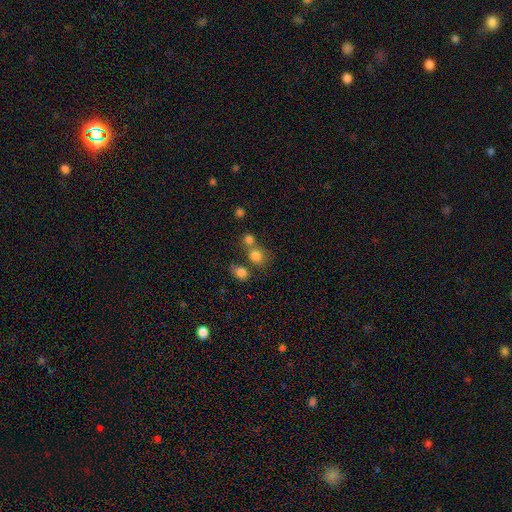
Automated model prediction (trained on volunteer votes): A smooth galaxy with no disk features (78%) that is round (70%).

Vote fractions:
- Smooth or featured? smooth: 78% / star or artifact: 14% / featured or disk: 8%
- How rounded? round: 70% / in between: 28% / cigar-shaped: 1%
- Merging? none: 50% / merger: 36% / minor disturbance: 10% / major disturbance: 5%